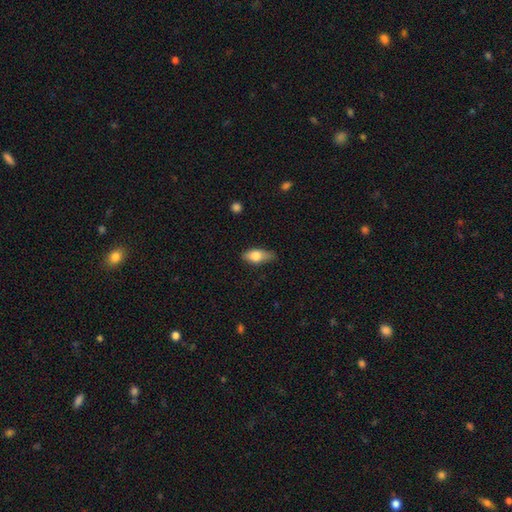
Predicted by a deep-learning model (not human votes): A smooth galaxy with no disk features (74%) that is in between round and cigar-shaped (81%).

Vote fractions:
- Smooth or featured? smooth: 74% / featured or disk: 20% / star or artifact: 7%
- How rounded? in between: 81% / cigar-shaped: 14% / round: 5%
- Merging? none: 71% / minor disturbance: 23% / major disturbance: 5% / merger: 2%